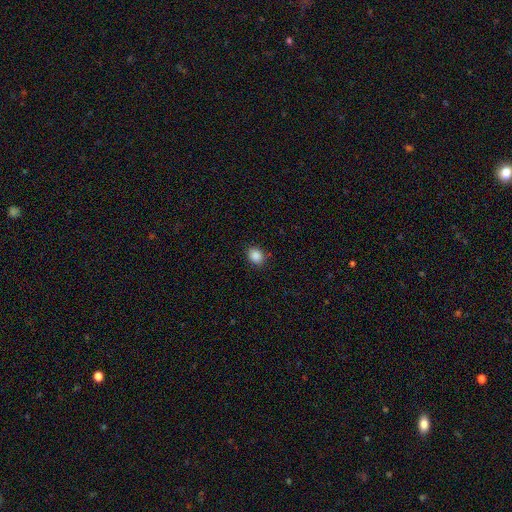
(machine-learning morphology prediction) The model was most divided on "how rounded": in between: 51%, round: 48%, cigar-shaped: 1%. More confident: smooth or featured — smooth (88%); merging — none (87%).